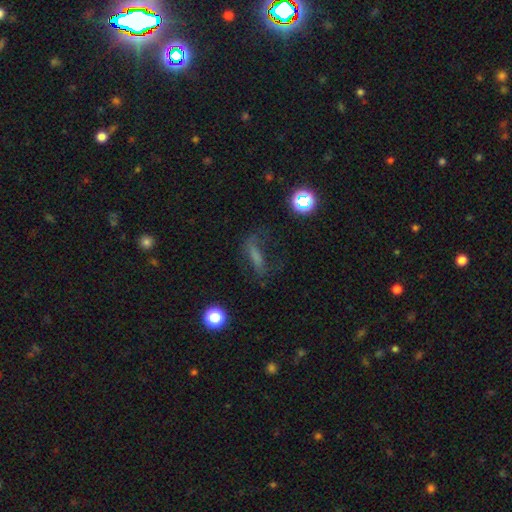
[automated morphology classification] Smooth or featured: smooth — 49% (featured or disk — 29%)
Merging: none — 52% (major disturbance — 23%)